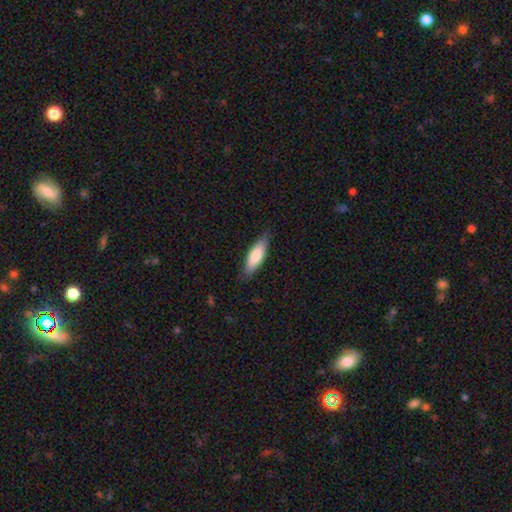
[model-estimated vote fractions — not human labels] The model was most divided on "how rounded": in between: 56%, cigar-shaped: 43%, round: 2%. More confident: merging — none (82%); smooth or featured — smooth (76%).